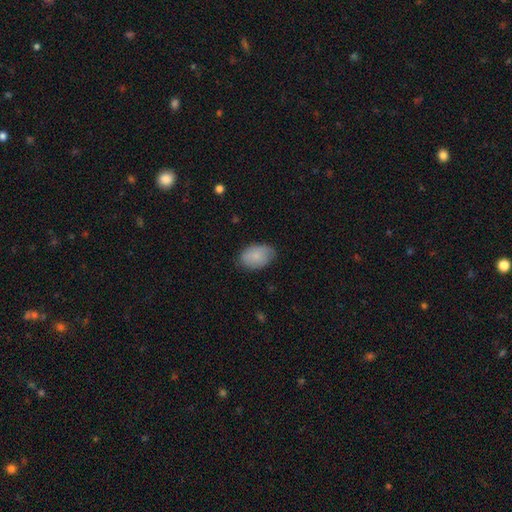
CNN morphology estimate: smooth 84%, featured or disk 10%, star or artifact 7%. Down the decision tree: how rounded — in between (88%); merging — none (78%).